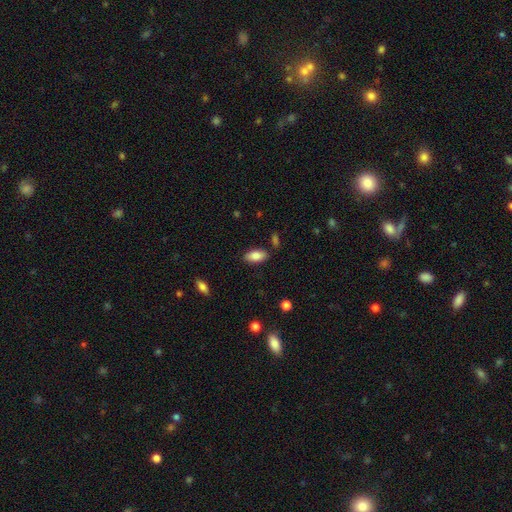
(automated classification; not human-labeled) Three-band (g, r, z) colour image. It shows a smooth galaxy with no disk features (84%) that is in between round and cigar-shaped (90%). Merging: none (85%).